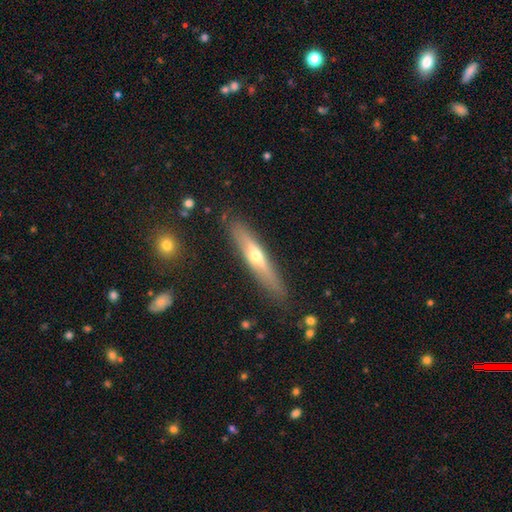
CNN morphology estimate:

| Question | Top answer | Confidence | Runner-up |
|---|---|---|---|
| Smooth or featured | featured or disk | 63% | smooth (31%) |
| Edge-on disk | yes | 91% | no (9%) |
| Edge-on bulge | rounded | 84% | none (13%) |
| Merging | none | 86% | minor disturbance (10%) |